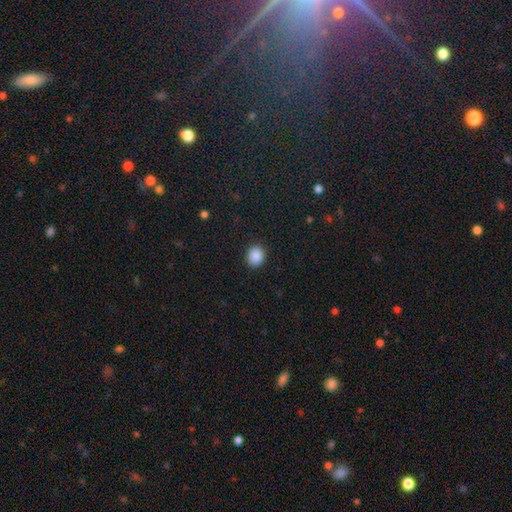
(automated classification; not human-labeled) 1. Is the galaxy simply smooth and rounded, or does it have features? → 89% smooth, 9% star or artifact, 3% featured or disk.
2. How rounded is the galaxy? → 63% round, 36% in between, 1% cigar-shaped.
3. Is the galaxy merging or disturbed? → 90% none, 7% minor disturbance, 2% major disturbance, 1% merger.